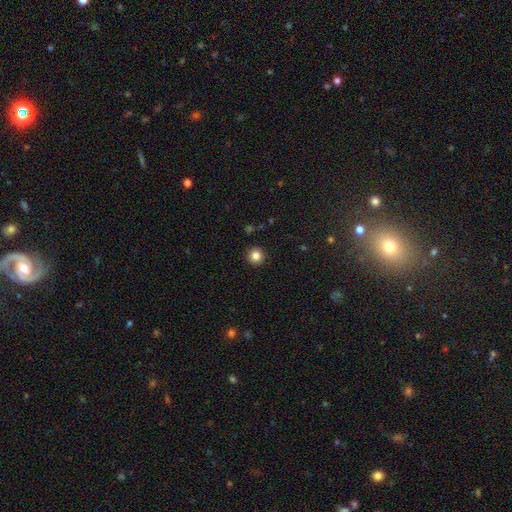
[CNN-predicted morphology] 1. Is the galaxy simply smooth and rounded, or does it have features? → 84% smooth, 11% star or artifact, 5% featured or disk.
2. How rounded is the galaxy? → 95% round, 4% in between, 1% cigar-shaped.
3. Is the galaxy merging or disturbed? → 92% none, 5% minor disturbance, 2% major disturbance, 1% merger.